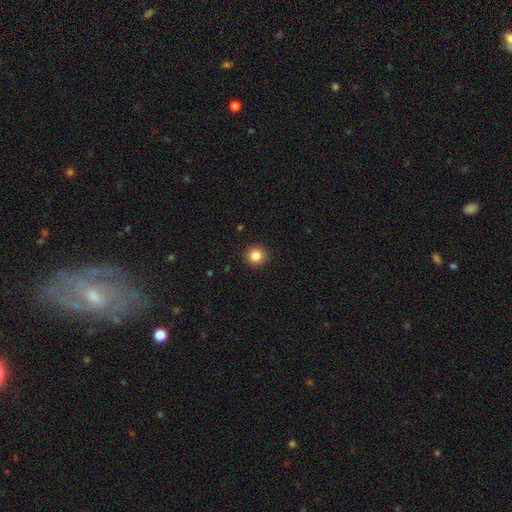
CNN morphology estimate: Smooth or featured? smooth (85%)
How rounded? round (94%)
Merging? none (92%)